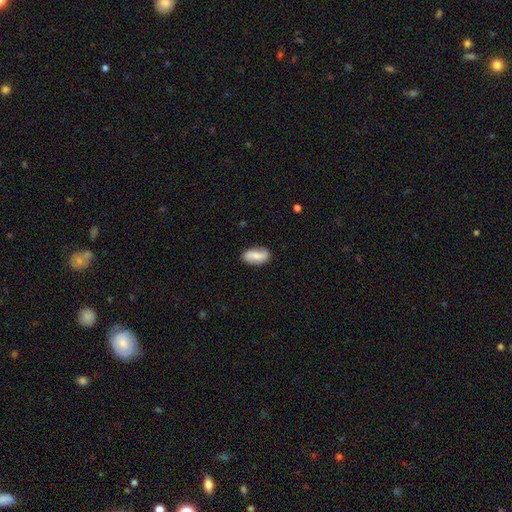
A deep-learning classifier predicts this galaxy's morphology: Smooth or featured? smooth (58%)
How rounded? in between (88%)
Merging? none (78%)